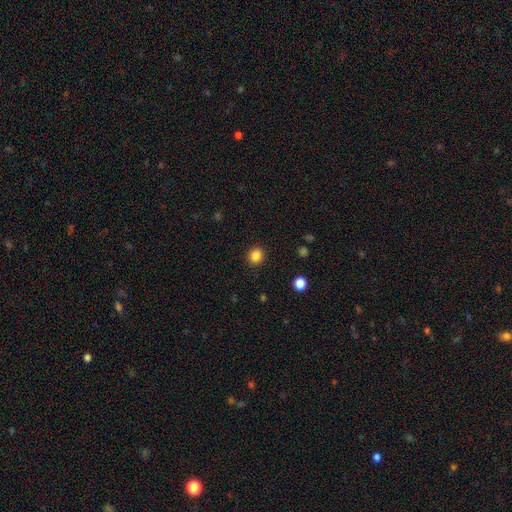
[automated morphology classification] A smooth galaxy with no disk features (85%) that is round (86%).

Vote fractions:
- Smooth or featured? smooth: 85% / star or artifact: 11% / featured or disk: 4%
- How rounded? round: 86% / in between: 13% / cigar-shaped: 1%
- Merging? none: 92% / minor disturbance: 5% / major disturbance: 2% / merger: 1%